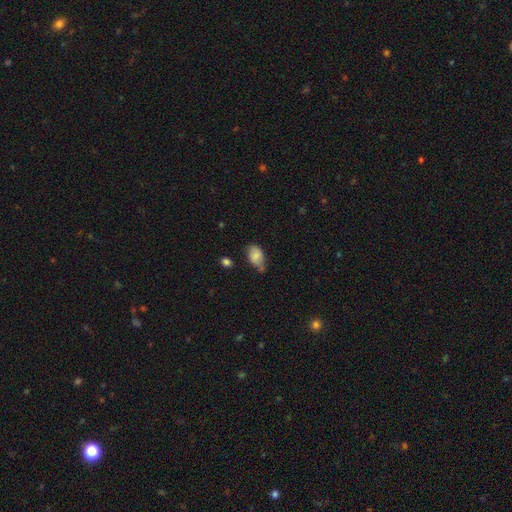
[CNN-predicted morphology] smooth_or_featured: smooth (p=0.77) [alt: featured or disk p=0.15]
how_rounded: in between (p=0.90) [alt: round p=0.08]
merging: none (p=0.45) [alt: minor disturbance p=0.40]